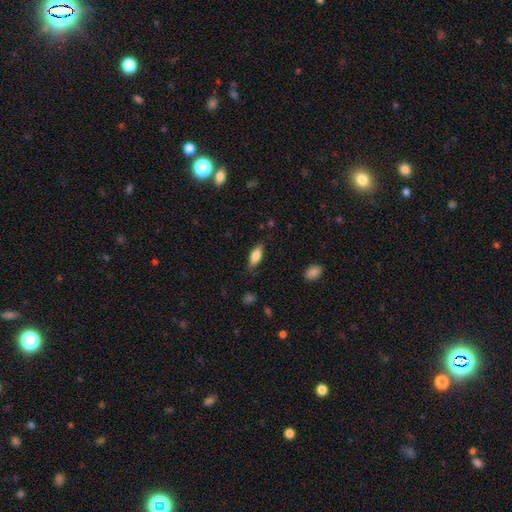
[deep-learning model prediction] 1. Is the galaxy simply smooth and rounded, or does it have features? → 80% smooth, 13% featured or disk, 7% star or artifact.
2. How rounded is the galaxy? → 75% in between, 23% cigar-shaped, 2% round.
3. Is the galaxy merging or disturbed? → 80% none, 15% minor disturbance, 4% major disturbance, 1% merger.